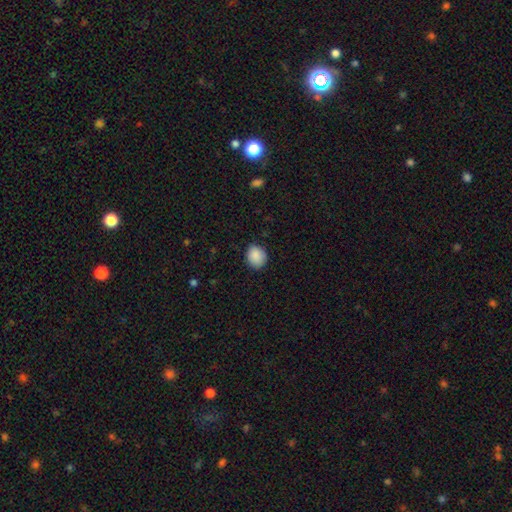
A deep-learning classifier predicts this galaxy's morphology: Smooth or featured? Predicted: smooth (p=0.89). How rounded? Predicted: round (p=0.63). Merging? Predicted: none (p=0.83).